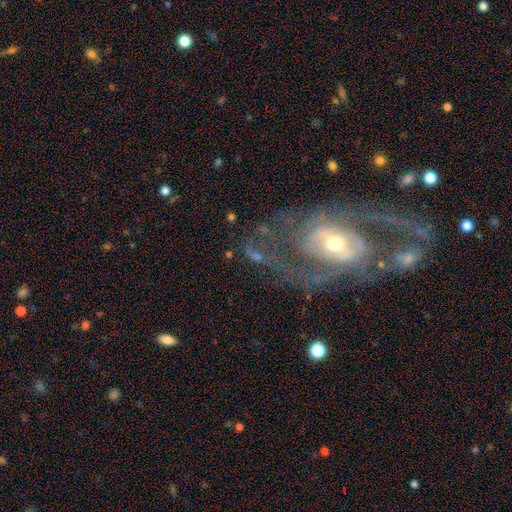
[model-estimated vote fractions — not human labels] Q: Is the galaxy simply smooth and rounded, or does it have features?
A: featured or disk — 68%.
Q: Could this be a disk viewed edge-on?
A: no — 93%.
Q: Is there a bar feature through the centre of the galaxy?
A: no — 51%.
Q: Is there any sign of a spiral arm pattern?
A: yes — 60%.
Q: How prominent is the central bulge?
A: moderate — 60%.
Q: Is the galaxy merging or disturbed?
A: none — 38%.